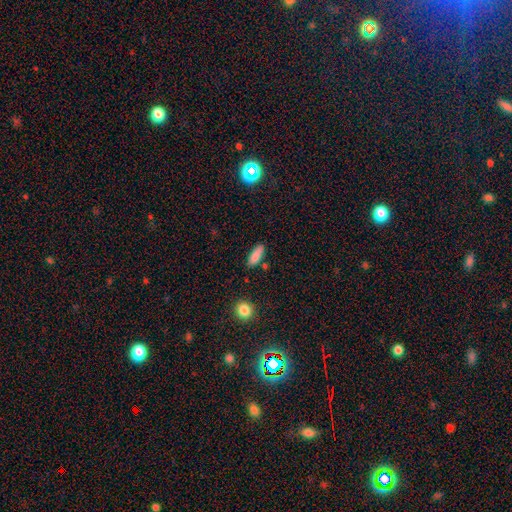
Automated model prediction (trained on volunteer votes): A smooth galaxy with no disk features (85%) that is in between round and cigar-shaped (53%).

Vote fractions:
- Smooth or featured? smooth: 85% / star or artifact: 8% / featured or disk: 7%
- How rounded? in between: 53% / cigar-shaped: 45% / round: 3%
- Merging? none: 78% / minor disturbance: 14% / merger: 5% / major disturbance: 3%